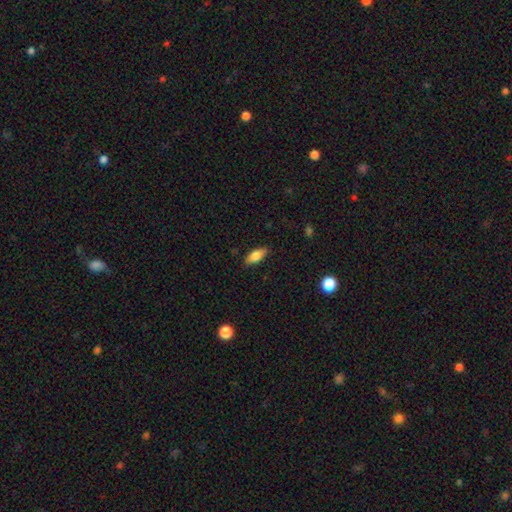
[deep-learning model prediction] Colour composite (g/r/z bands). It shows a smooth galaxy with no disk features (76%) that is in between round and cigar-shaped (78%). Merging: none (85%).